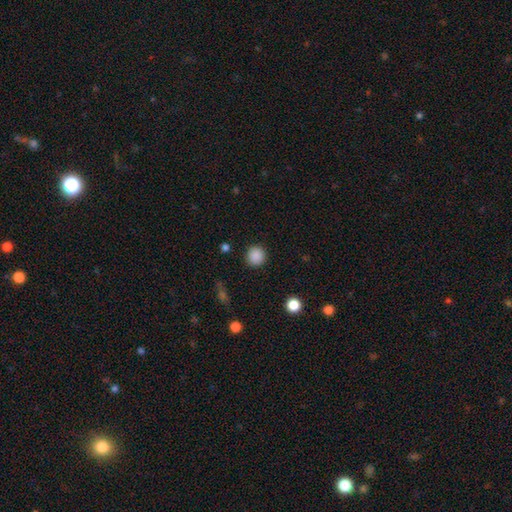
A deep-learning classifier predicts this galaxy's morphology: Smooth or featured? smooth (88%)
How rounded? round (93%)
Merging? none (90%)